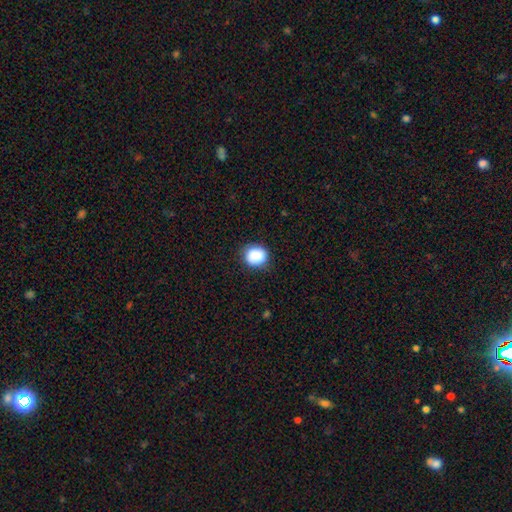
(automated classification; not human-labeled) A smooth galaxy with no disk features (87%) that is round (78%).

Vote fractions:
- Smooth or featured? smooth: 87% / star or artifact: 8% / featured or disk: 5%
- How rounded? round: 78% / in between: 21% / cigar-shaped: 1%
- Merging? none: 85% / minor disturbance: 11% / major disturbance: 3% / merger: 1%